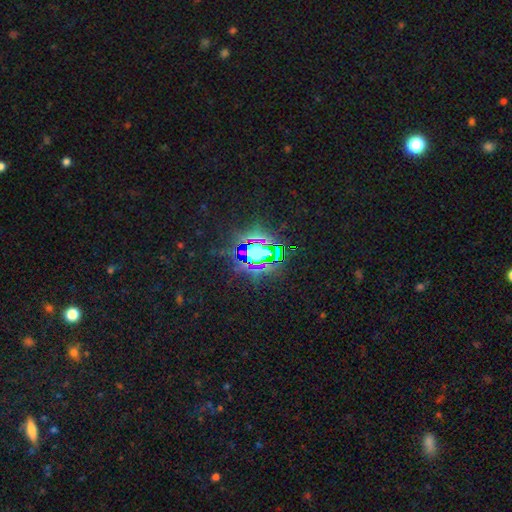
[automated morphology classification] Smooth or featured?
  - star or artifact: 76% *
  - smooth: 13%
  - featured or disk: 11%